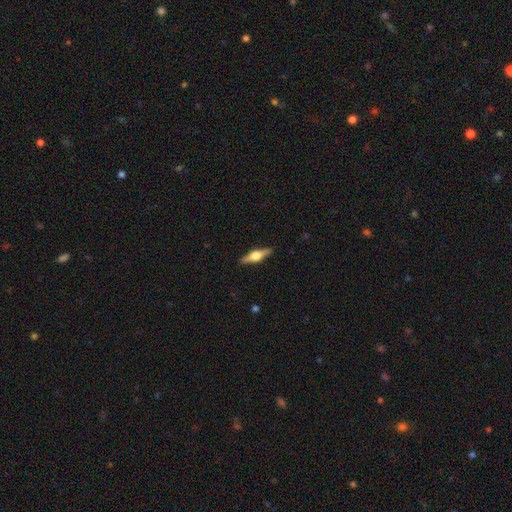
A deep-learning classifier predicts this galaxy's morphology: smooth-or-featured: featured or disk: 69% | smooth: 26% | star or artifact: 5%
  disk-edge-on: yes: 97% | no: 3%
    edge-on-bulge: rounded: 94% | boxy: 5% | none: 1%
  merging: none: 90% | minor disturbance: 7% | major disturbance: 2% | merger: 1%